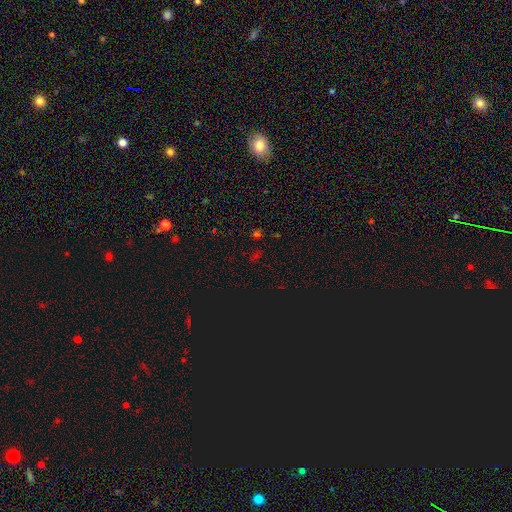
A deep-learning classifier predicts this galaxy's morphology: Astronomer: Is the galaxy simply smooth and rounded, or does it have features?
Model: star or artifact — 65%.